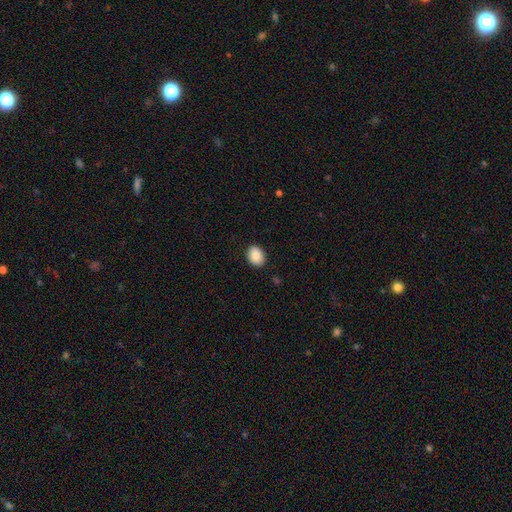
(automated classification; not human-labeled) smooth 87%, star or artifact 7%, featured or disk 6%. Down the decision tree: how rounded — in between (67%); merging — none (89%).